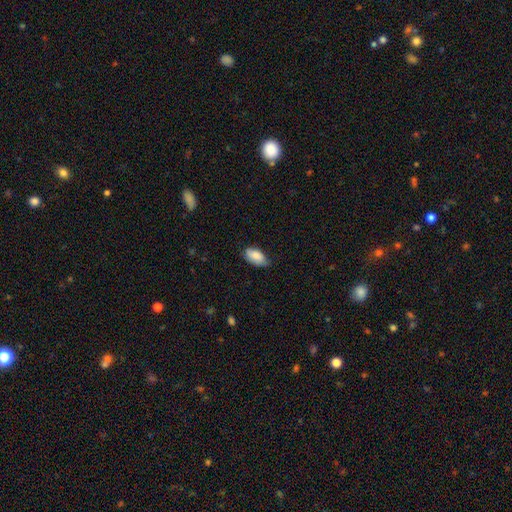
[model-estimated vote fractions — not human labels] Smooth or featured?
  - smooth: 81% *
  - featured or disk: 12%
  - star or artifact: 7%
How rounded?
  - in between: 93% *
  - cigar-shaped: 3%
  - round: 3%
Merging?
  - none: 62% *
  - minor disturbance: 31%
  - major disturbance: 5%
  - merger: 1%